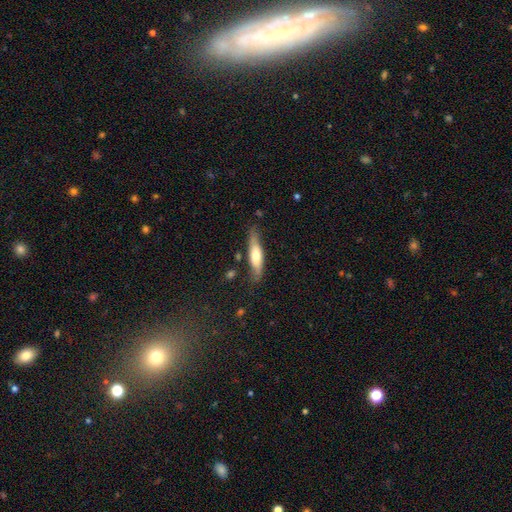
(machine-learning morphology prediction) A smooth galaxy with no disk features (53%) that is cigar-shaped (71%). Merging: none (72%).